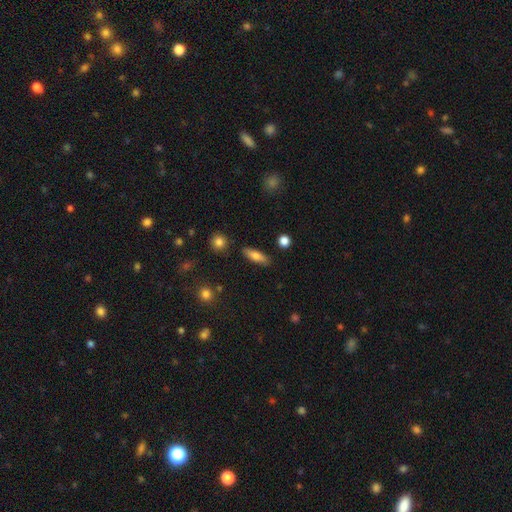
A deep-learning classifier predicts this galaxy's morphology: This appears to be a smooth galaxy with no disk features (72%) that is cigar-shaped (49%). Merging: none (86%).